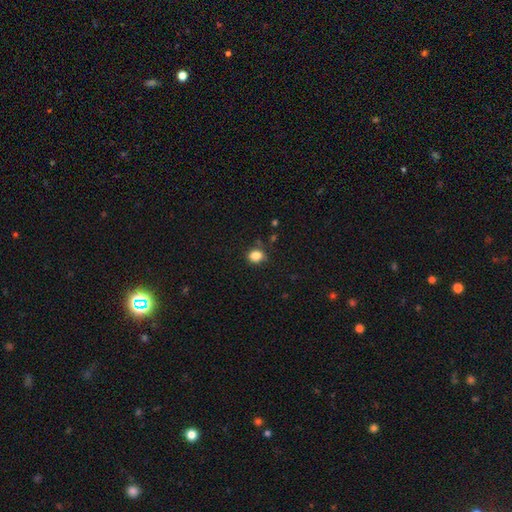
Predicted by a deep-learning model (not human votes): A smooth galaxy with no disk features (84%) that is round (67%).

Vote fractions:
- Smooth or featured? smooth: 84% / star or artifact: 11% / featured or disk: 5%
- How rounded? round: 67% / in between: 32% / cigar-shaped: 1%
- Merging? none: 78% / minor disturbance: 16% / major disturbance: 3% / merger: 3%